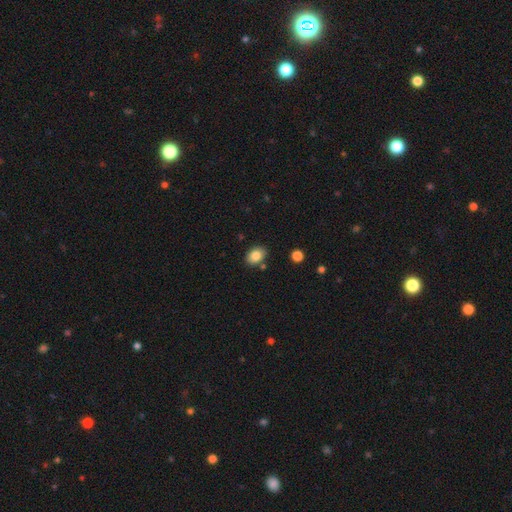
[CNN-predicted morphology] Smooth or featured?
  - smooth: 84% *
  - star or artifact: 8%
  - featured or disk: 7%
How rounded?
  - in between: 74% *
  - round: 25%
  - cigar-shaped: 1%
Merging?
  - none: 82% *
  - minor disturbance: 11%
  - merger: 5%
  - major disturbance: 2%